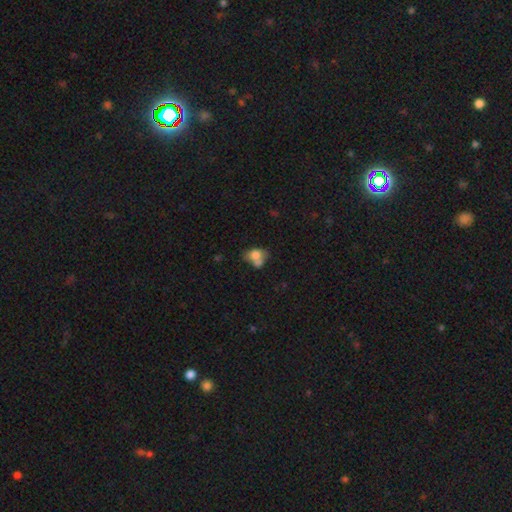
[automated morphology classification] The model was most divided on "merging": merger: 44%, none: 31%, minor disturbance: 17%, major disturbance: 9%. More confident: smooth or featured — smooth (72%); how rounded — in between (59%).